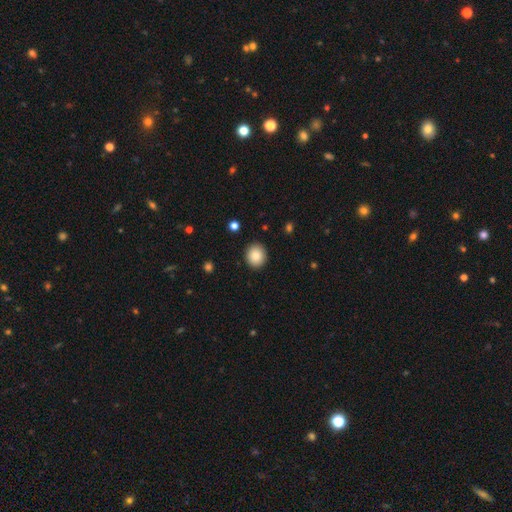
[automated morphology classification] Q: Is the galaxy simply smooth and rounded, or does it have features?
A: smooth — 87%.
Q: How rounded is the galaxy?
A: round — 76%.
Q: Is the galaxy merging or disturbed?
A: none — 90%.